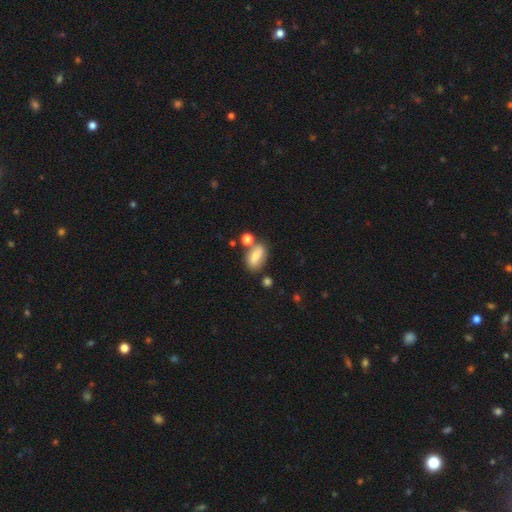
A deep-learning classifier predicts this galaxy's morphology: The model was most divided on "merging": none: 61%, merger: 18%, minor disturbance: 16%, major disturbance: 5%. More confident: how rounded — in between (84%); smooth or featured — smooth (70%).